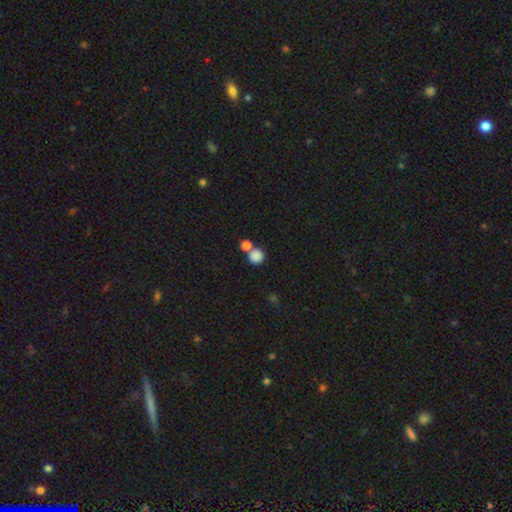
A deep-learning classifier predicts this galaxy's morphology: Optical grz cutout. It shows a smooth galaxy with no disk features (85%) that is round (87%). Merging: none (49%).